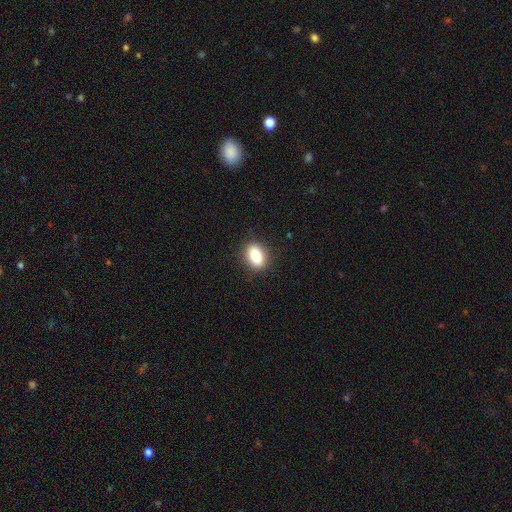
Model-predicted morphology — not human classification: smooth 86%, star or artifact 8%, featured or disk 6%. Down the decision tree: how rounded — in between (83%); merging — none (87%).